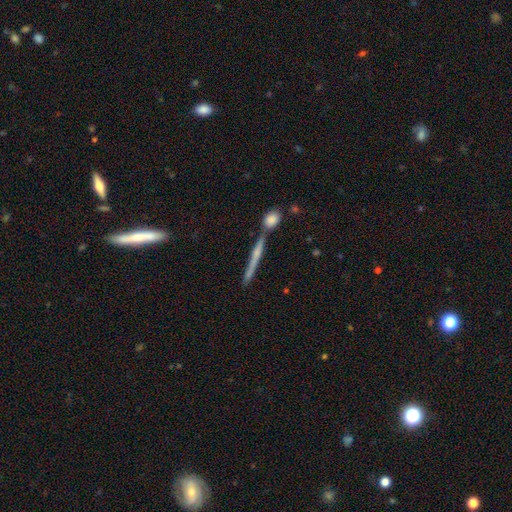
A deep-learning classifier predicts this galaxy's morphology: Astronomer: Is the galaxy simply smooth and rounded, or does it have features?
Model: featured or disk — 56% (runner-up: smooth, 35%).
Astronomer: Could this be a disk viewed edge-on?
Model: yes — 94%.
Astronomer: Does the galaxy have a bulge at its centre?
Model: none — 55% (runner-up: rounded, 31%).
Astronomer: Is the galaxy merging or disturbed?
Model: none — 67%.